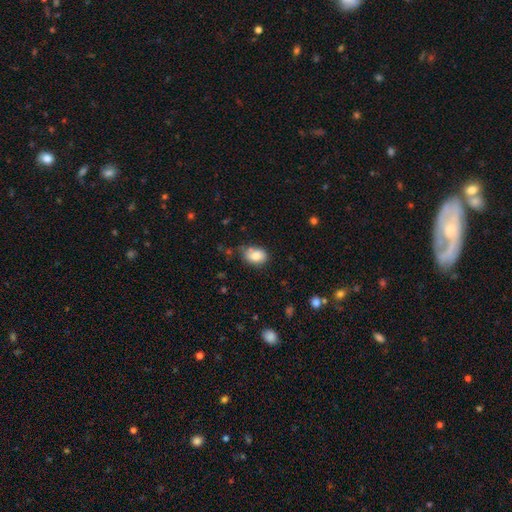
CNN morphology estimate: Overall: smooth (81%). How rounded: in between (76%). Merging: none (58%; minor disturbance 30%).